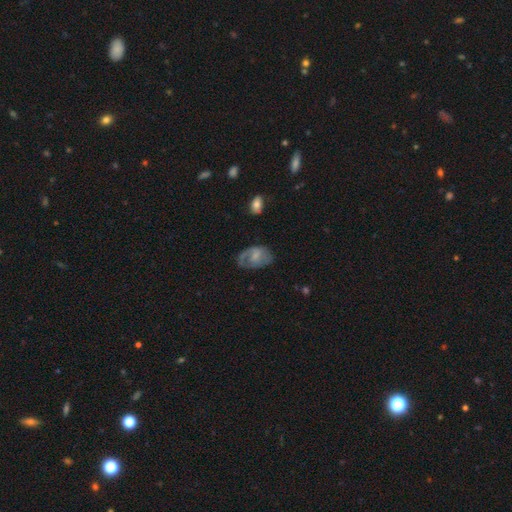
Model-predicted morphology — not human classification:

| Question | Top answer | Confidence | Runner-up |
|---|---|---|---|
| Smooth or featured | featured or disk | 58% | smooth (35%) |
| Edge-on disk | no | 96% | yes (4%) |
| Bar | no | 48% | weak (44%) |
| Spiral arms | yes | 73% | no (27%) |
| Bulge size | small | 47% | moderate (26%) |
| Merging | none | 56% | minor disturbance (25%) |